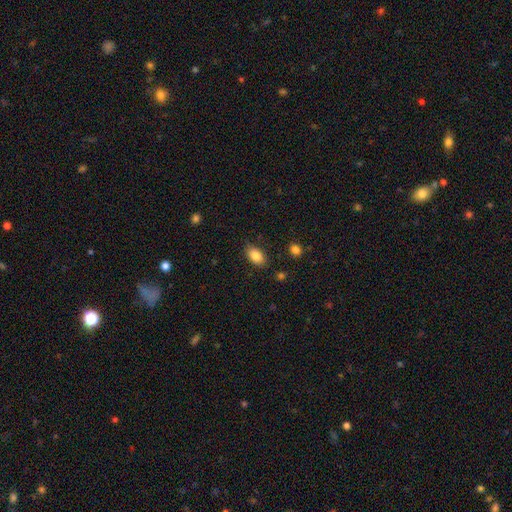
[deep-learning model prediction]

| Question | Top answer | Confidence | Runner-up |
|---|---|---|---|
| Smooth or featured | smooth | 85% | star or artifact (8%) |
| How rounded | in between | 90% | round (8%) |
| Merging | none | 83% | minor disturbance (13%) |